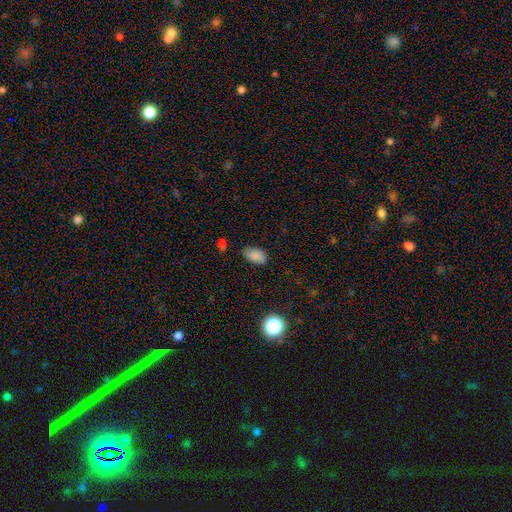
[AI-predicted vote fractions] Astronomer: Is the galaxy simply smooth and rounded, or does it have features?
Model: smooth — 83%.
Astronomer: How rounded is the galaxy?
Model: in between — 91%.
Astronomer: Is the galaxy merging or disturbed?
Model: none — 74%.